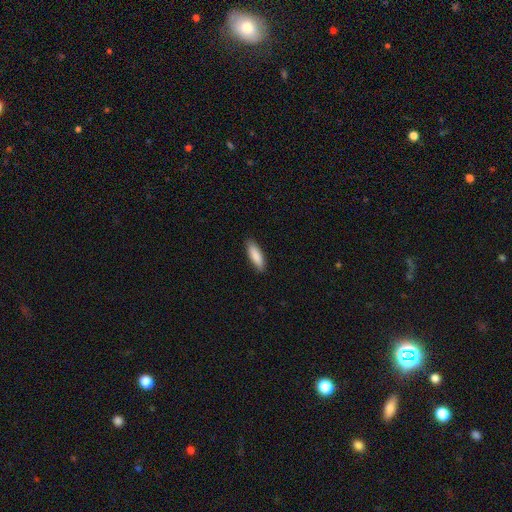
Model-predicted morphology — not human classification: smooth-or-featured: smooth: 88% | featured or disk: 7% | star or artifact: 5%
  how-rounded: in between: 50% | cigar-shaped: 49% | round: 1%
  merging: none: 88% | minor disturbance: 10% | major disturbance: 2% | merger: 1%